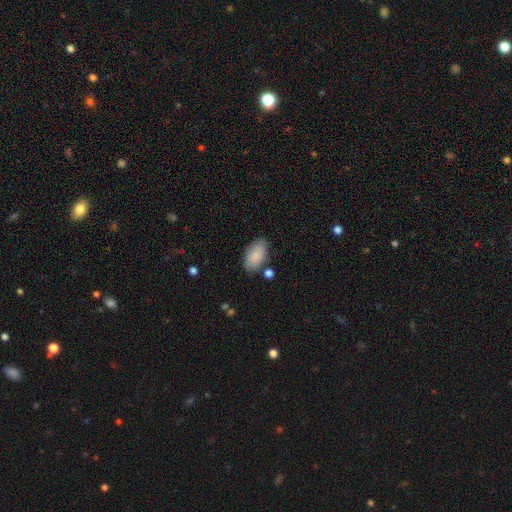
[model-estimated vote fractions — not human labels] Morphology: type=smooth (85%); roundness=in between (95%); merging=none (75%).